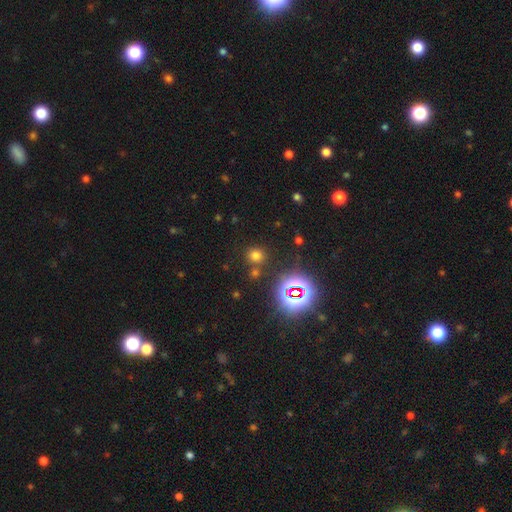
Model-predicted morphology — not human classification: Smooth or featured? smooth (64%)
How rounded? round (85%)
Merging? none (80%)